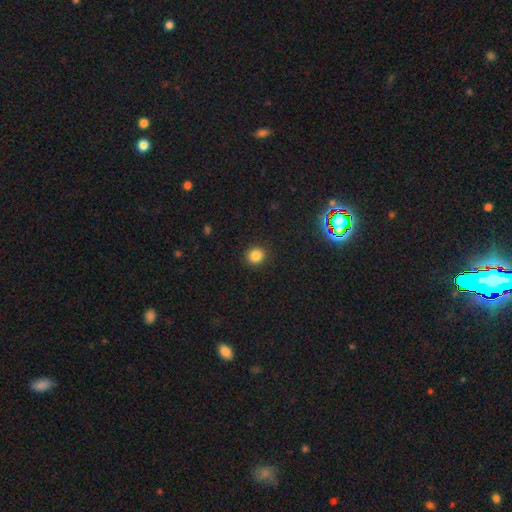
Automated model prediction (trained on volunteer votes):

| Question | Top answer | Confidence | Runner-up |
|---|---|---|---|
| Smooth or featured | smooth | 84% | star or artifact (12%) |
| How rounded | round | 87% | in between (12%) |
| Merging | none | 91% | minor disturbance (6%) |